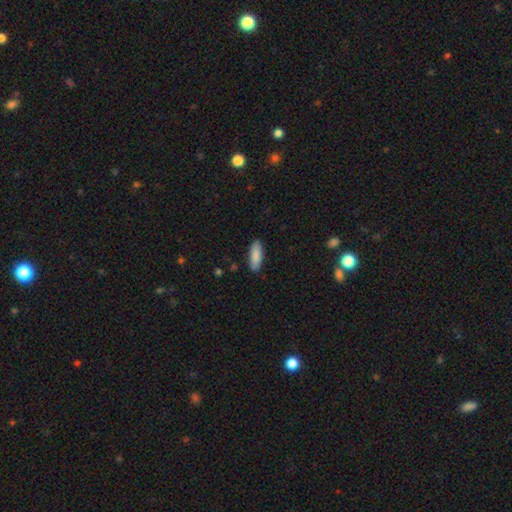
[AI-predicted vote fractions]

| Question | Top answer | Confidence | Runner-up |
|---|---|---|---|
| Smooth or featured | smooth | 87% | featured or disk (7%) |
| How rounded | in between | 56% | cigar-shaped (43%) |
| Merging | none | 88% | minor disturbance (9%) |